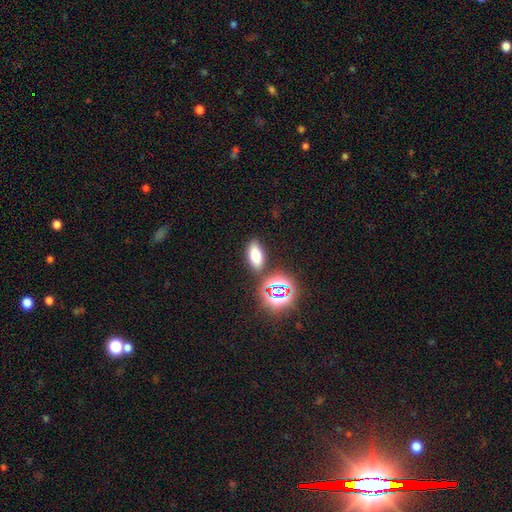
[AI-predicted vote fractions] smooth 64%, star or artifact 23%, featured or disk 13%. Down the decision tree: how rounded — in between (78%); merging — none (84%).